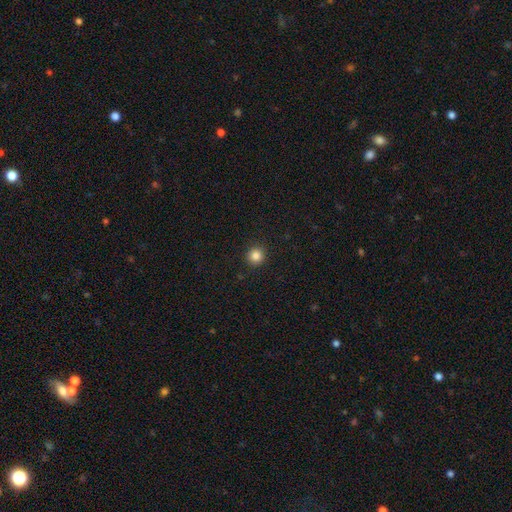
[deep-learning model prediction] This is clearly a smooth galaxy (85%). How rounded: clearly round (95%). Merging: clearly none (93%).